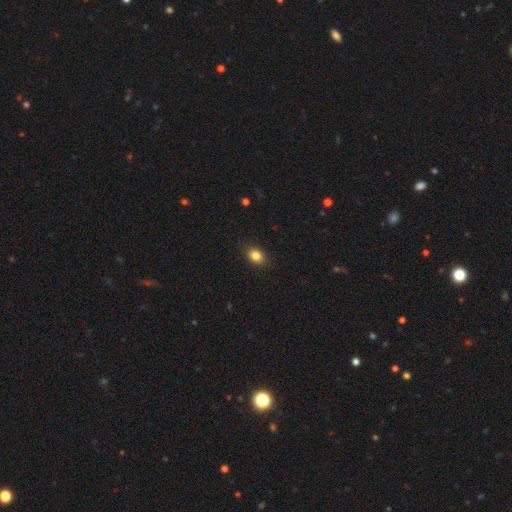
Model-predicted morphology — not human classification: Smooth or featured?
  - smooth: 84% *
  - star or artifact: 10%
  - featured or disk: 6%
How rounded?
  - in between: 64% *
  - round: 34%
  - cigar-shaped: 1%
Merging?
  - none: 87% *
  - minor disturbance: 10%
  - major disturbance: 2%
  - merger: 1%